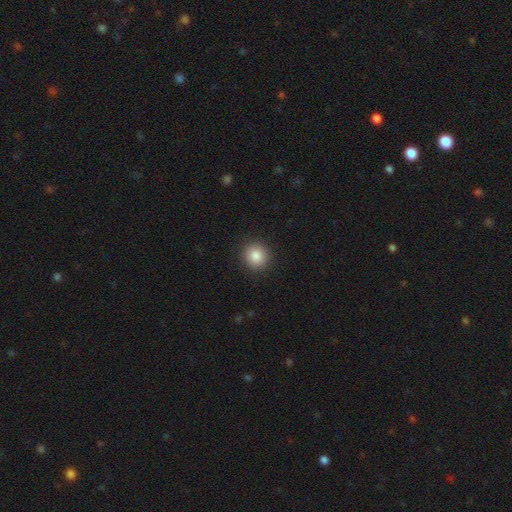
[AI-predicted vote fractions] Smooth or featured?
  - smooth: 86% *
  - star or artifact: 9%
  - featured or disk: 4%
How rounded?
  - round: 91% *
  - in between: 8%
  - cigar-shaped: 1%
Merging?
  - none: 92% *
  - minor disturbance: 6%
  - major disturbance: 2%
  - merger: 1%